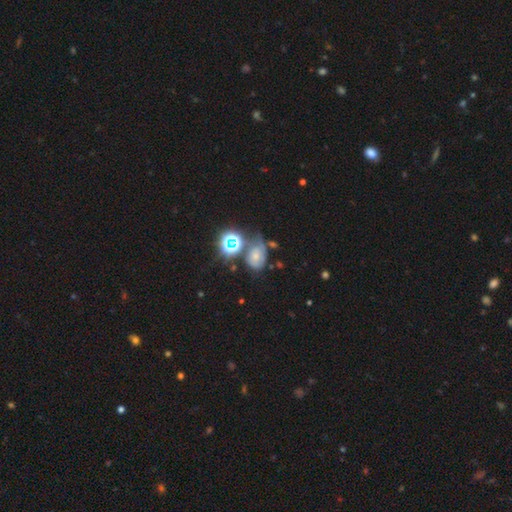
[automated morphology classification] A smooth galaxy with no disk features (41%).

Vote fractions:
- Smooth or featured? smooth: 41% / star or artifact: 31% / featured or disk: 28%
- Merging? none: 44% / minor disturbance: 27% / merger: 16% / major disturbance: 14%